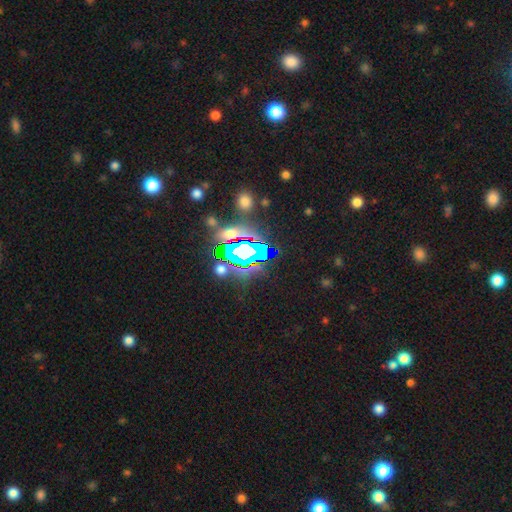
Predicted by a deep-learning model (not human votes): smooth-or-featured: star or artifact: 84% | smooth: 9% | featured or disk: 7%